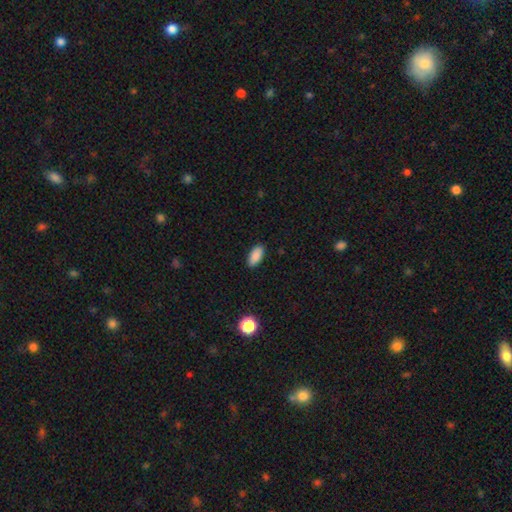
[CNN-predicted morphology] Overall: smooth (89%). How rounded: in between (90%). Merging: none (88%).